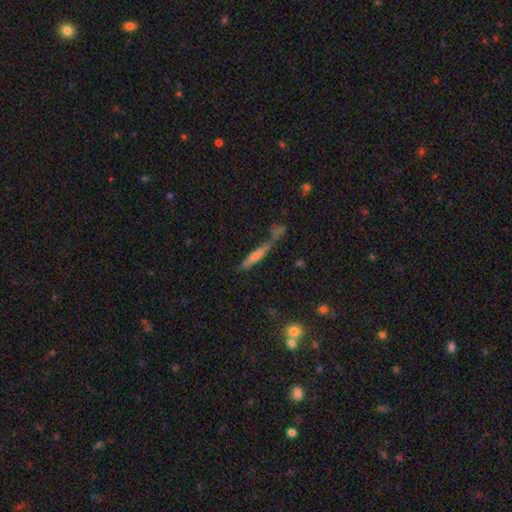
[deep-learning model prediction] A featured or disk galaxy (46%). Merging: none (58%).